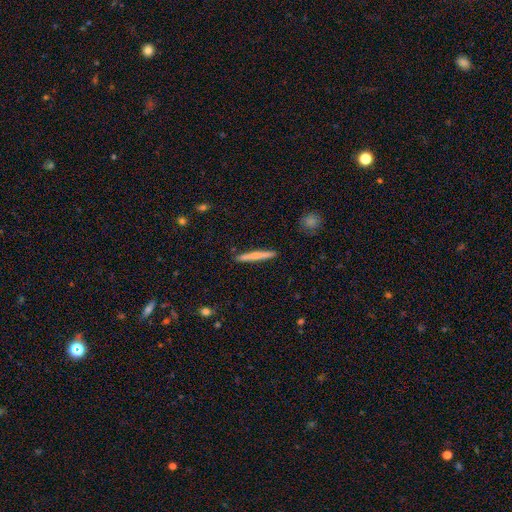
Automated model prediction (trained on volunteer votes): This is likely a smooth galaxy (64%). How rounded: clearly cigar-shaped (96%). Merging: clearly none (91%).